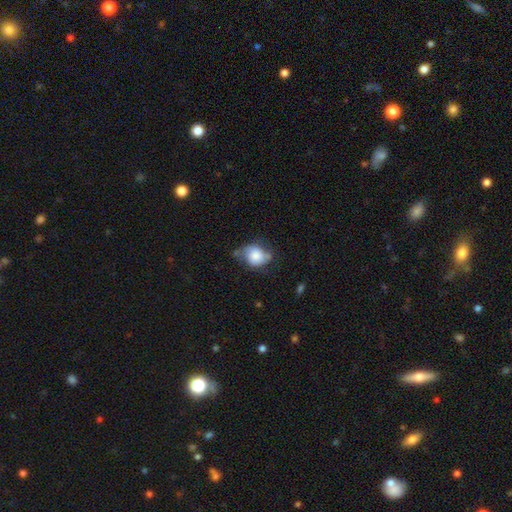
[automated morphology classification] A smooth galaxy with no disk features (71%) that is round (54%).

Vote fractions:
- Smooth or featured? smooth: 71% / featured or disk: 21% / star or artifact: 8%
- How rounded? round: 54% / in between: 45% / cigar-shaped: 1%
- Merging? none: 45% / minor disturbance: 34% / major disturbance: 13% / merger: 8%